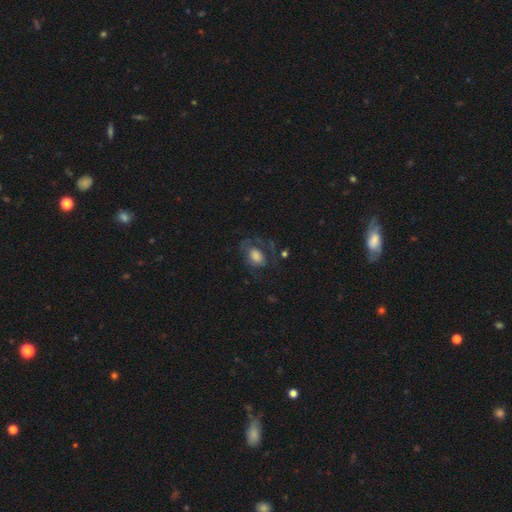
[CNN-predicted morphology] Smooth or featured? Predicted: smooth (p=0.50). Merging? Predicted: none (p=0.49).